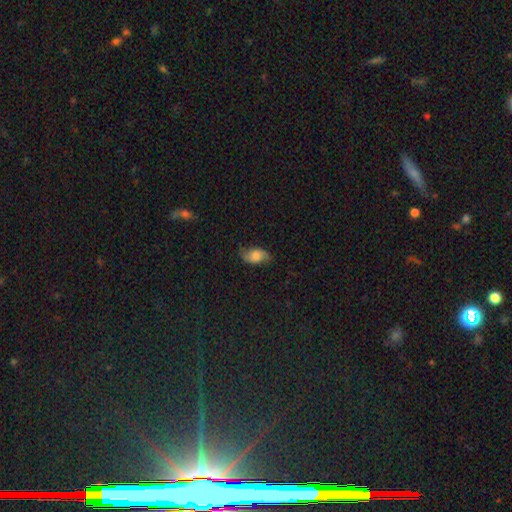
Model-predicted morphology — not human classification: The model was most divided on "smooth or featured": smooth: 62%, featured or disk: 29%, star or artifact: 9%. More confident: how rounded — in between (88%); merging — none (68%).